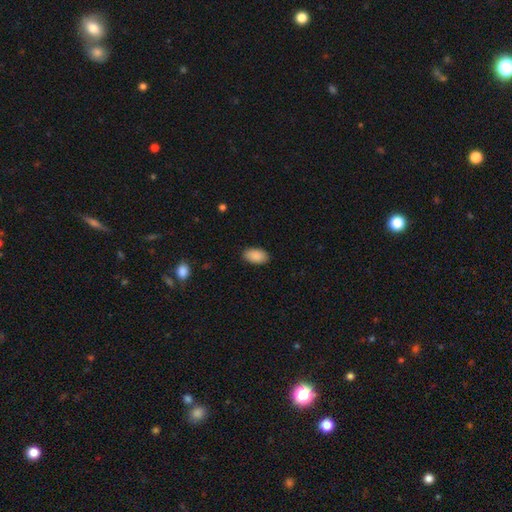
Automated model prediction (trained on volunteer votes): Smooth or featured? Predicted: smooth (p=0.90). How rounded? Predicted: in between (p=0.94). Merging? Predicted: none (p=0.88).